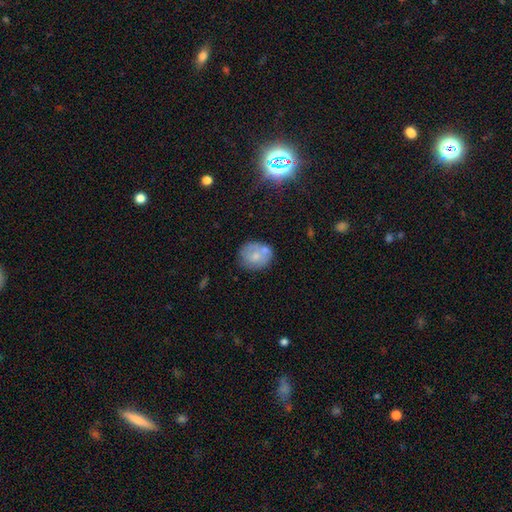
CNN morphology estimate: Overall: smooth (60%; featured or disk 32%). How rounded: round (68%; in between 31%). Merging: none (56%; minor disturbance 21%).